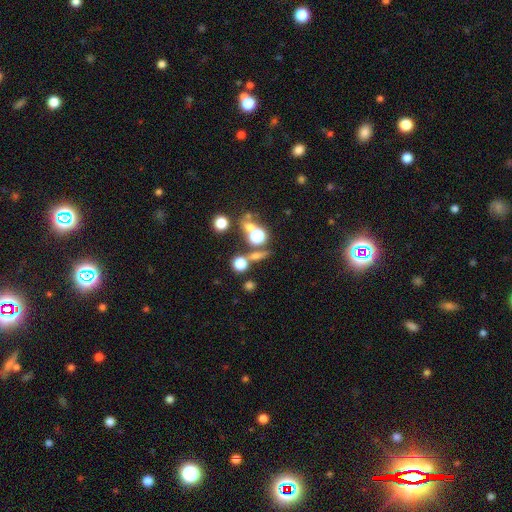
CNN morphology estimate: Smooth or featured? Predicted: smooth (p=0.50). How rounded? Predicted: round (p=0.61). Merging? Predicted: none (p=0.63).